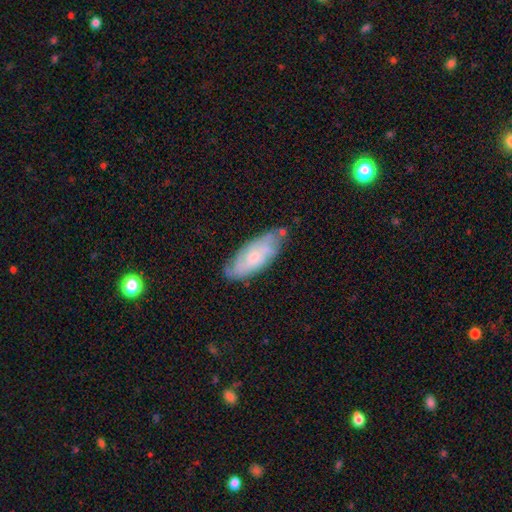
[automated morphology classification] Smooth or featured: featured or disk — 49% (smooth — 44%)
Merging: none — 67% (minor disturbance — 24%)